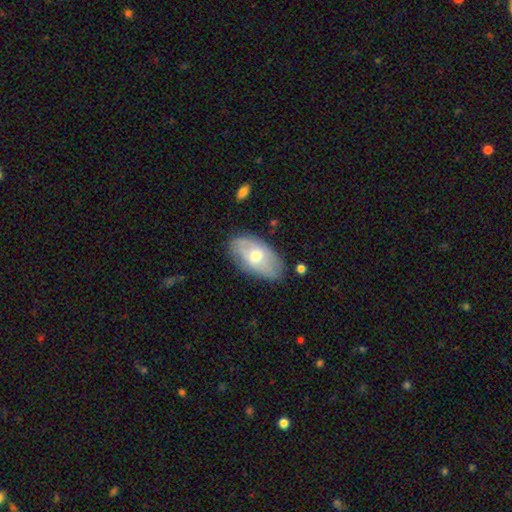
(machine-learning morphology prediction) Smooth or featured? Predicted: smooth (p=0.50). How rounded? Predicted: in between (p=0.93). Merging? Predicted: none (p=0.74).